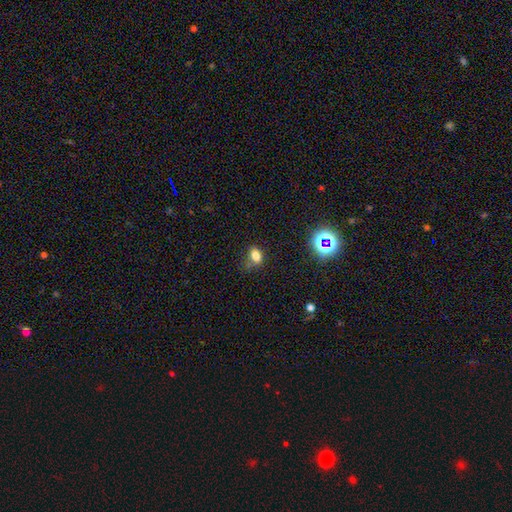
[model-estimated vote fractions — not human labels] smooth 76%, star or artifact 16%, featured or disk 8%. Down the decision tree: how rounded — in between (75%); merging — none (70%).